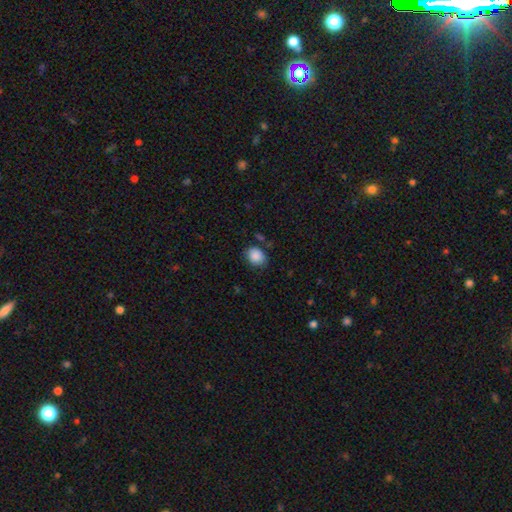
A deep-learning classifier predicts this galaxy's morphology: Smooth or featured? Predicted: smooth (p=0.88). How rounded? Predicted: round (p=0.52). Merging? Predicted: none (p=0.77).